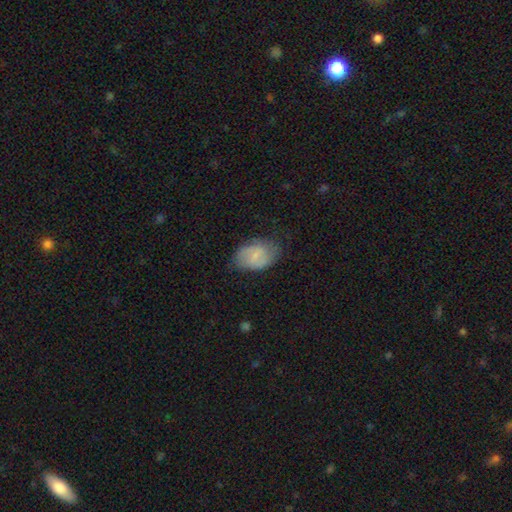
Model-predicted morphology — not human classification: This is possibly a smooth galaxy (57%). How rounded: clearly in between (87%). Merging: likely none (67%).